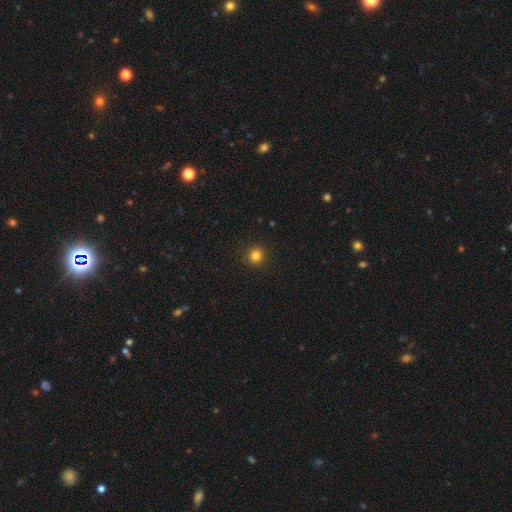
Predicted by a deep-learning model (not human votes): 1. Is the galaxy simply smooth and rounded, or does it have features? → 82% smooth, 13% star or artifact, 5% featured or disk.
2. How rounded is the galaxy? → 93% round, 6% in between, 1% cigar-shaped.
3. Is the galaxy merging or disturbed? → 92% none, 5% minor disturbance, 2% major disturbance, 1% merger.